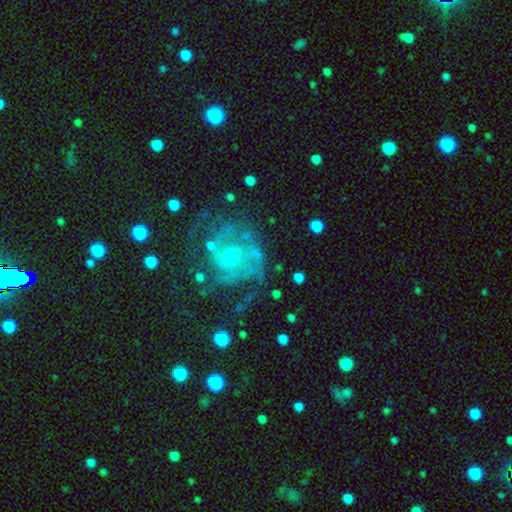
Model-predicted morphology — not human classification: smooth-or-featured: featured or disk: 81% | smooth: 11% | star or artifact: 9%
  disk-edge-on: no: 98% | yes: 2%
    bar: no: 68% | weak: 27% | strong: 5%
    has-spiral-arms: yes: 90% | no: 10%
      spiral-winding: tight: 43% | medium: 42% | loose: 15%
      spiral-arm-count: can't tell: 30% | 2: 25% | 3: 22% | 4: 9% | 1: 7% | more than 4: 7%
    bulge-size: moderate: 45% | small: 41% | none: 8% | large: 5% | dominant: 1%
  merging: none: 58% | major disturbance: 20% | minor disturbance: 19% | merger: 3%